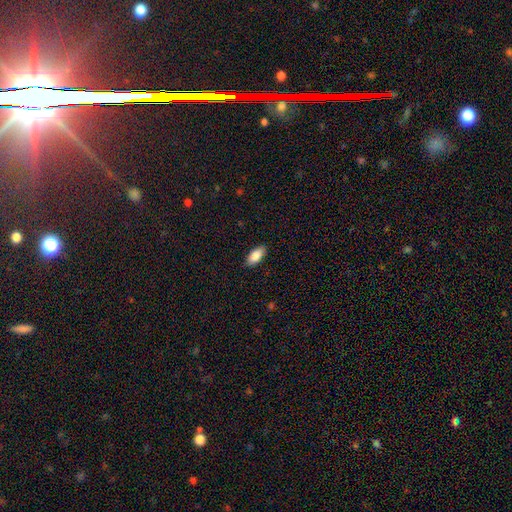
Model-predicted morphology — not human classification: Q: Smooth or featured?
A: smooth (86%); runner-up: featured or disk (7%)
Q: How rounded?
A: in between (87%); runner-up: cigar-shaped (11%)
Q: Merging?
A: none (87%); runner-up: minor disturbance (10%)